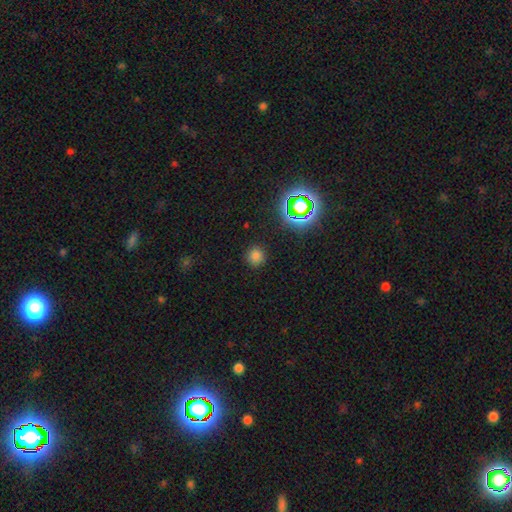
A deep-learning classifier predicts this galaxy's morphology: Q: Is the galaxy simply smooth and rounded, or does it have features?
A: smooth — 73%.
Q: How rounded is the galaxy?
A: round — 90%.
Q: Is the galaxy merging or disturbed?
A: none — 89%.